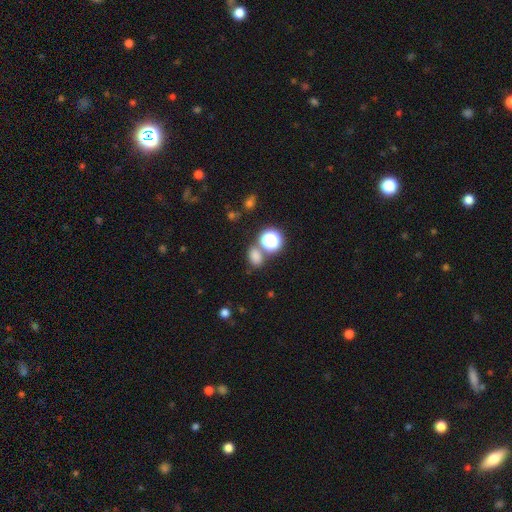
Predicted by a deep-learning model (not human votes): Smooth or featured: smooth — 73% (star or artifact — 20%)
How rounded: in between — 61% (round — 37%)
Merging: none — 65% (merger — 19%)